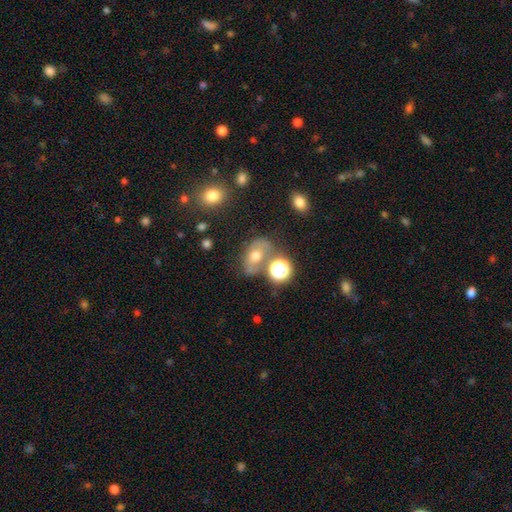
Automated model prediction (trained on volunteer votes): Morphology: type=smooth (53%); roundness=in between (71%); merging=none (50%).